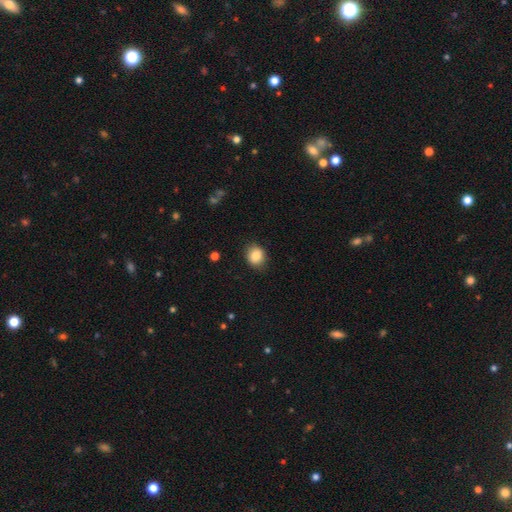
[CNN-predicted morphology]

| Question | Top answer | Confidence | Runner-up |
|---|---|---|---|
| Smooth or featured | smooth | 85% | star or artifact (9%) |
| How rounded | round | 69% | in between (30%) |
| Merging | none | 85% | minor disturbance (11%) |